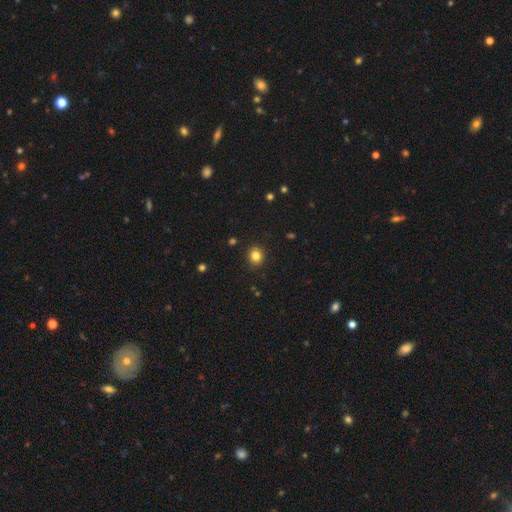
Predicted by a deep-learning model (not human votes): This is clearly a smooth galaxy (82%). How rounded: clearly round (81%). Merging: clearly none (91%).